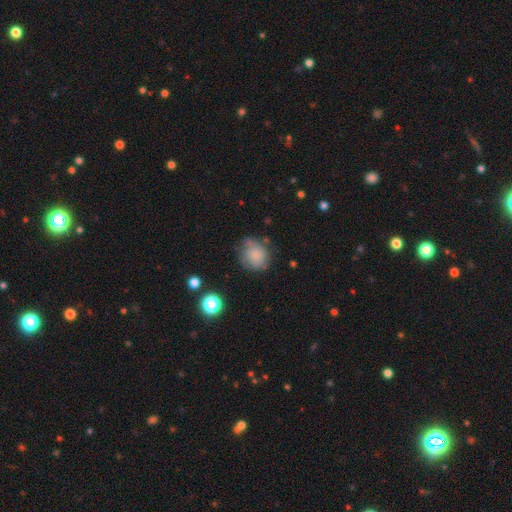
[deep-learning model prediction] Overall: smooth (76%). How rounded: round (74%). Merging: none (58%; minor disturbance 28%).